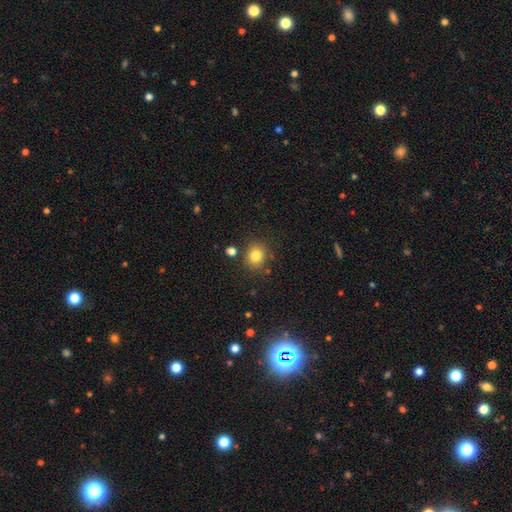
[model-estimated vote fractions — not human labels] smooth-or-featured: smooth: 81% | star or artifact: 12% | featured or disk: 7%
  how-rounded: round: 79% | in between: 20% | cigar-shaped: 1%
  merging: none: 82% | minor disturbance: 10% | merger: 5% | major disturbance: 3%